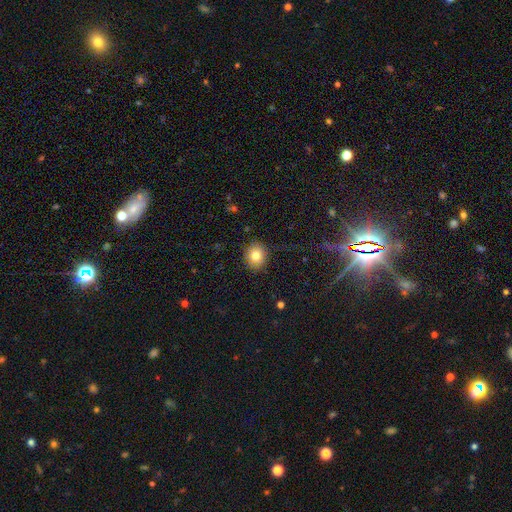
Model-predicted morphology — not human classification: smooth-or-featured: smooth: 81% | star or artifact: 10% | featured or disk: 9%
  how-rounded: round: 74% | in between: 25% | cigar-shaped: 1%
  merging: none: 86% | minor disturbance: 10% | major disturbance: 3% | merger: 1%